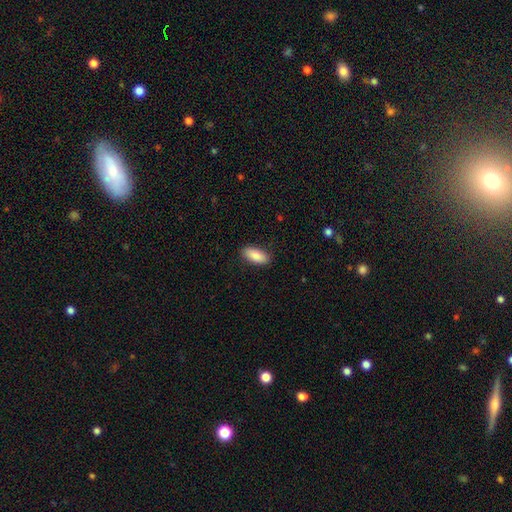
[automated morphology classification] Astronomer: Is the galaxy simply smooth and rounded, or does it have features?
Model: smooth — 89%.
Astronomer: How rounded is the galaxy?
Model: in between — 88%.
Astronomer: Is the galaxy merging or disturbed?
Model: none — 88%.